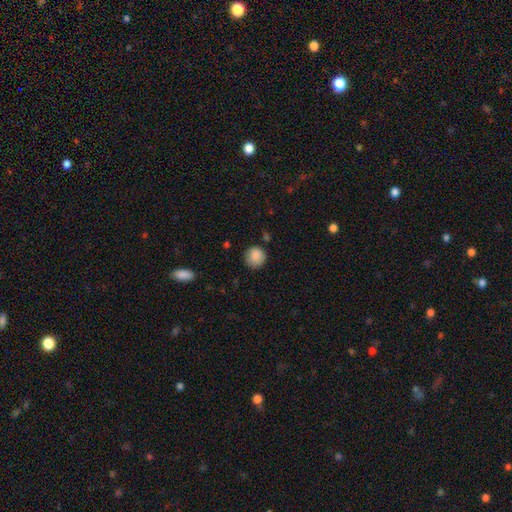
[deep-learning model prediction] A smooth galaxy with no disk features (88%) that is round (91%).

Vote fractions:
- Smooth or featured? smooth: 88% / star or artifact: 8% / featured or disk: 4%
- How rounded? round: 91% / in between: 8% / cigar-shaped: 1%
- Merging? none: 82% / minor disturbance: 13% / major disturbance: 3% / merger: 2%